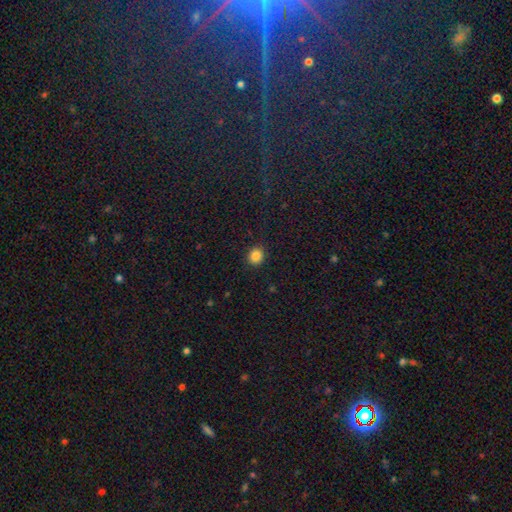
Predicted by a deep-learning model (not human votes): Smooth or featured?
  - smooth: 85% *
  - star or artifact: 11%
  - featured or disk: 4%
How rounded?
  - round: 81% *
  - in between: 18%
  - cigar-shaped: 1%
Merging?
  - none: 90% *
  - minor disturbance: 7%
  - major disturbance: 2%
  - merger: 1%